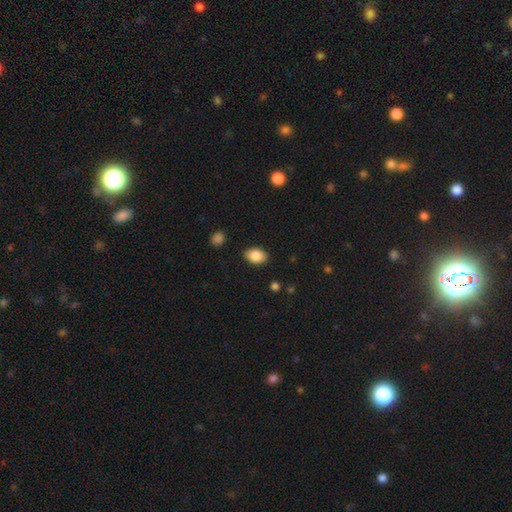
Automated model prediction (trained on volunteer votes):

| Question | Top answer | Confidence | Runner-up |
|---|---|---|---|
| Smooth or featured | smooth | 87% | star or artifact (8%) |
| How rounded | in between | 83% | round (16%) |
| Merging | none | 87% | minor disturbance (10%) |